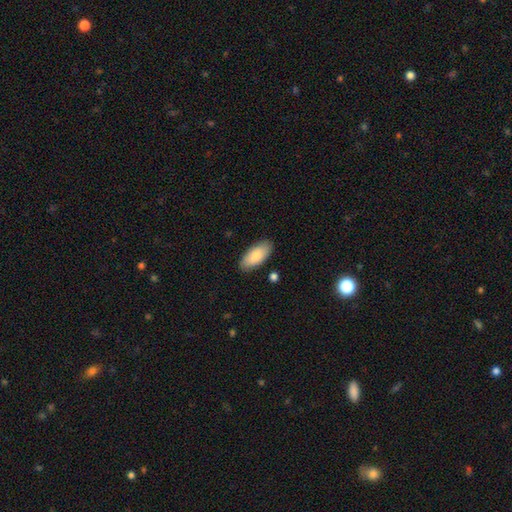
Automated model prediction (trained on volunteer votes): A smooth galaxy with no disk features (85%) that is in between round and cigar-shaped (91%). Merging: none (85%).